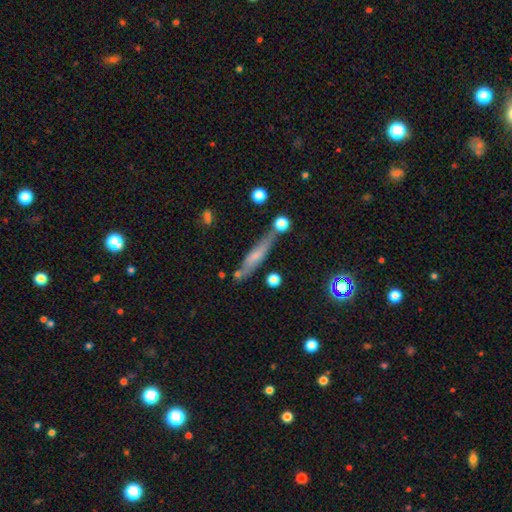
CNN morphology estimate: A smooth galaxy with no disk features (52%) that is cigar-shaped (86%).

Vote fractions:
- Smooth or featured? smooth: 52% / featured or disk: 39% / star or artifact: 9%
- How rounded? cigar-shaped: 86% / in between: 11% / round: 3%
- Merging? none: 70% / minor disturbance: 17% / merger: 9% / major disturbance: 4%